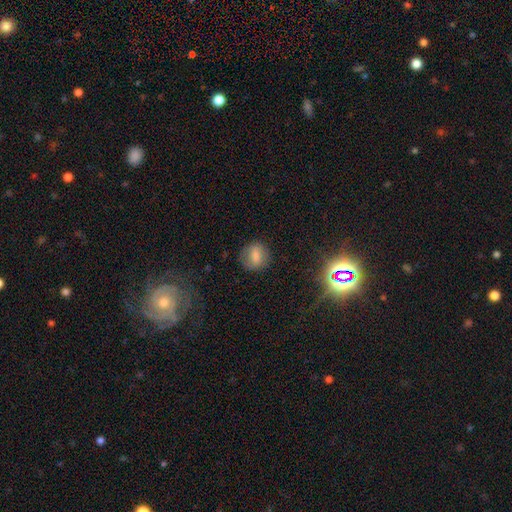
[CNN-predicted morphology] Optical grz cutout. It shows a smooth galaxy with no disk features (73%) that is round (75%). Merging: none (82%).